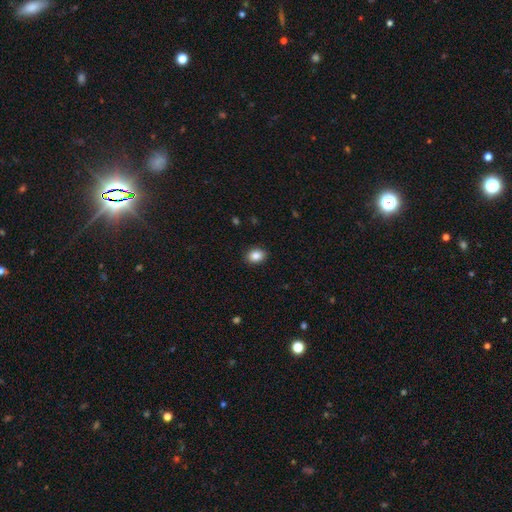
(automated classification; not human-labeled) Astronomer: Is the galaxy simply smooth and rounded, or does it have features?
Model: smooth — 87%.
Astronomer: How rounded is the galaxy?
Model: in between — 63%.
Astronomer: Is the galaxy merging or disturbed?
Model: none — 90%.